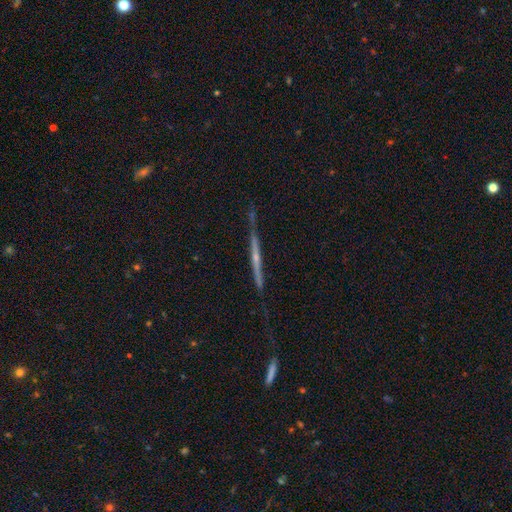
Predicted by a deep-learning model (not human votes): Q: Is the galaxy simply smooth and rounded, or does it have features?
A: featured or disk — 79%.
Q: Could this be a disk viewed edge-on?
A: yes — 97%.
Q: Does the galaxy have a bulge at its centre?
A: rounded — 63%.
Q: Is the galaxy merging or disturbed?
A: none — 72%.